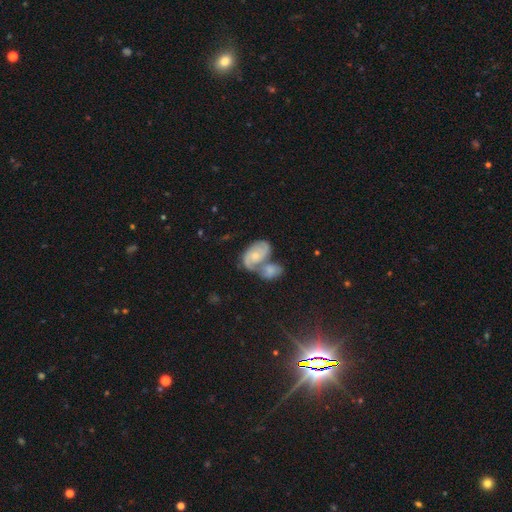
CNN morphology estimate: smooth_or_featured: featured or disk (p=0.69) [alt: smooth p=0.25]
disk_edge_on: no (p=0.97) [alt: yes p=0.03]
bar: no (p=0.68) [alt: weak p=0.27]
has_spiral_arms: yes (p=0.89) [alt: no p=0.11]
spiral_winding: medium (p=0.47) [alt: tight p=0.33]
spiral_arm_count: 2 (p=0.77) [alt: can't tell p=0.11]
bulge_size: small (p=0.52) [alt: moderate p=0.40]
merging: merger (p=0.60) [alt: none p=0.23]